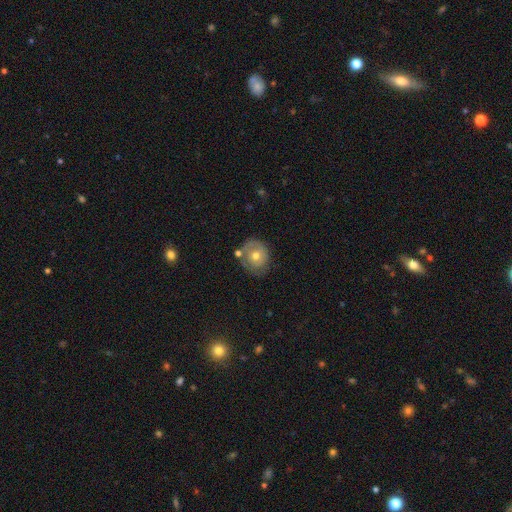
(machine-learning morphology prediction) Smooth or featured?
  - smooth: 56% *
  - featured or disk: 35%
  - star or artifact: 8%
How rounded?
  - round: 75% *
  - in between: 24%
  - cigar-shaped: 1%
Merging?
  - none: 61% *
  - minor disturbance: 23%
  - merger: 9%
  - major disturbance: 7%